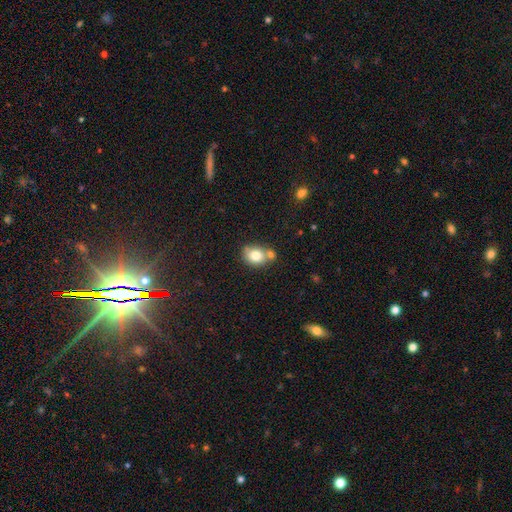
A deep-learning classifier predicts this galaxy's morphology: This appears to be a smooth galaxy with no disk features (78%) that is in between round and cigar-shaped (52%). Merging: none (50%).